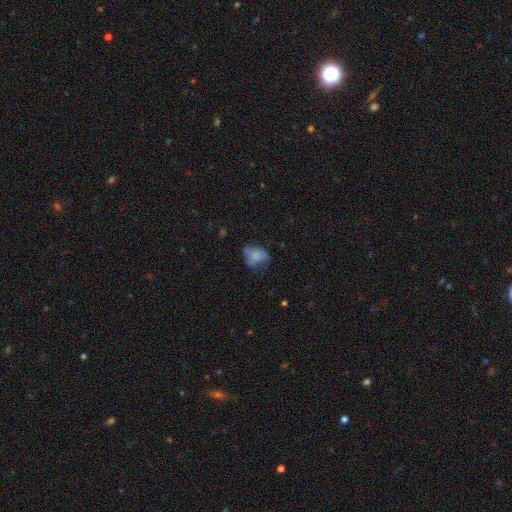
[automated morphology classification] This appears to be a smooth galaxy with no disk features (65%) that is in between round and cigar-shaped (74%). Merging: none (43%).